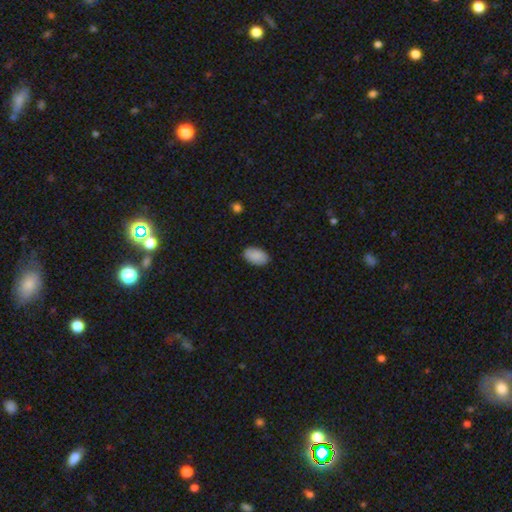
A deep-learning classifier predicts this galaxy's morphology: Smooth or featured?
  - smooth: 89% *
  - star or artifact: 6%
  - featured or disk: 5%
How rounded?
  - in between: 94% *
  - round: 5%
  - cigar-shaped: 1%
Merging?
  - none: 87% *
  - minor disturbance: 10%
  - major disturbance: 2%
  - merger: 1%